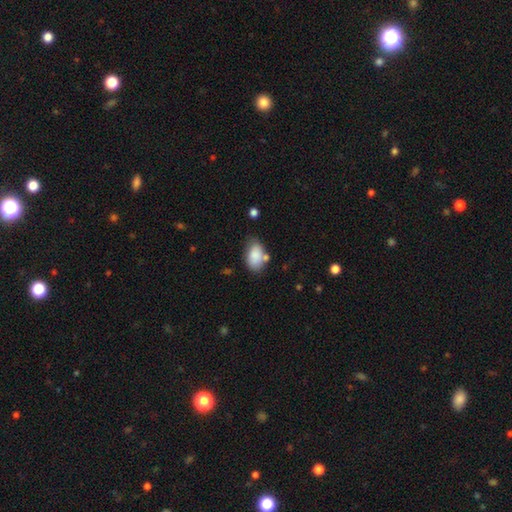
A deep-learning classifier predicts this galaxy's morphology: Overall: smooth (85%). How rounded: in between (91%). Merging: none (61%; minor disturbance 22%).